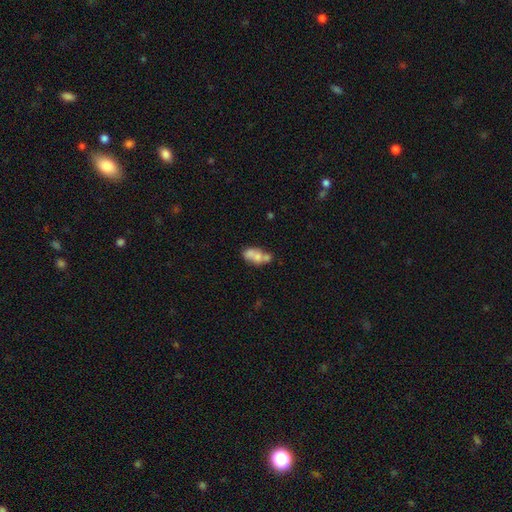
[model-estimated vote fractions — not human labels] A smooth galaxy with no disk features (58%) that is in between round and cigar-shaped (81%).

Vote fractions:
- Smooth or featured? smooth: 58% / featured or disk: 32% / star or artifact: 9%
- How rounded? in between: 81% / round: 12% / cigar-shaped: 7%
- Merging? merger: 44% / none: 32% / minor disturbance: 15% / major disturbance: 8%